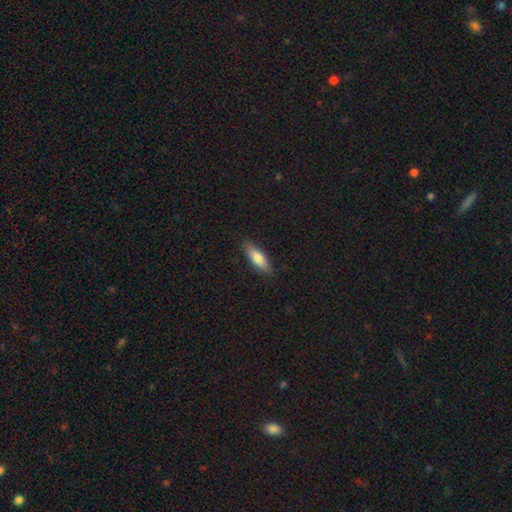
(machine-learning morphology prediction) Overall: smooth (76%). How rounded: in between (53%; cigar-shaped 45%). Merging: none (87%).